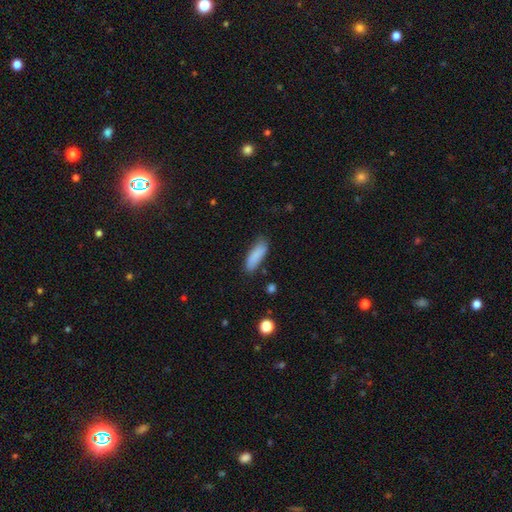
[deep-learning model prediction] Morphology: type=smooth (87%); roundness=in between (60%); merging=none (75%).